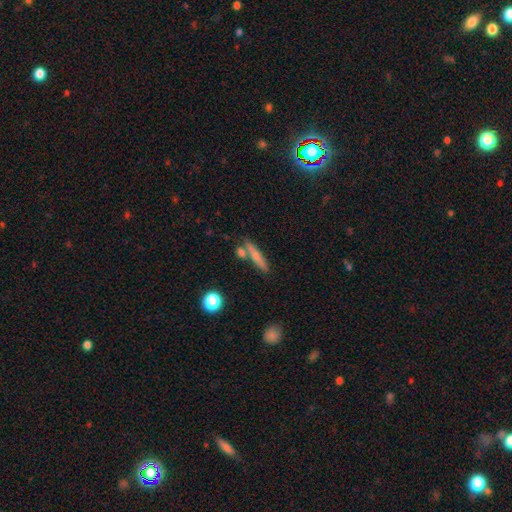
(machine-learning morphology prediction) smooth 61%, featured or disk 31%, star or artifact 8%. Down the decision tree: how rounded — cigar-shaped (84%); merging — none (67%).